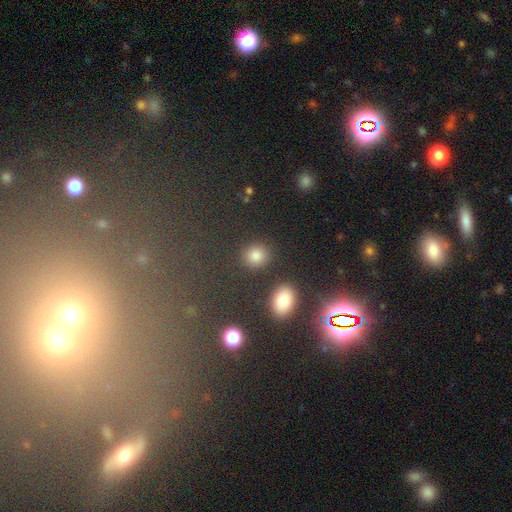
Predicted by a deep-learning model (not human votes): smooth_or_featured: smooth (p=0.78) [alt: star or artifact p=0.15]
how_rounded: round (p=0.73) [alt: in between p=0.26]
merging: none (p=0.86) [alt: minor disturbance p=0.07]